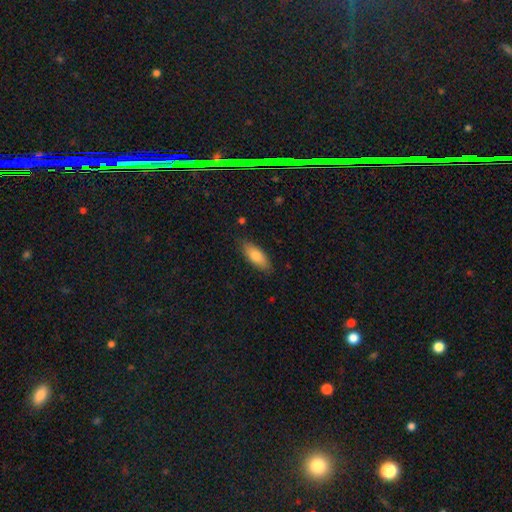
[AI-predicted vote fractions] Smooth or featured? smooth (79%)
How rounded? in between (75%)
Merging? none (84%)